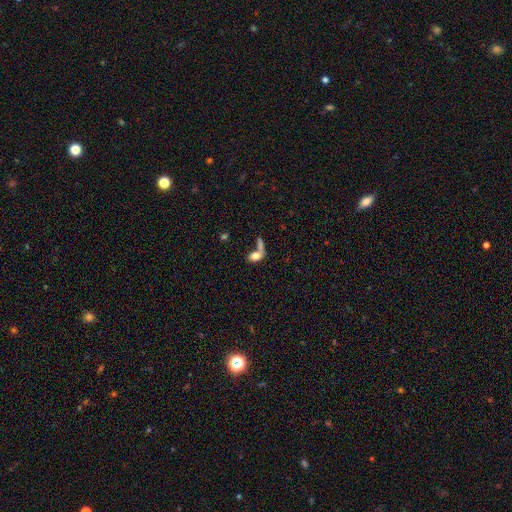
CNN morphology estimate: smooth-or-featured: smooth: 73% | featured or disk: 18% | star or artifact: 9%
  how-rounded: in between: 80% | round: 15% | cigar-shaped: 6%
  merging: merger: 49% | none: 27% | major disturbance: 14% | minor disturbance: 10%